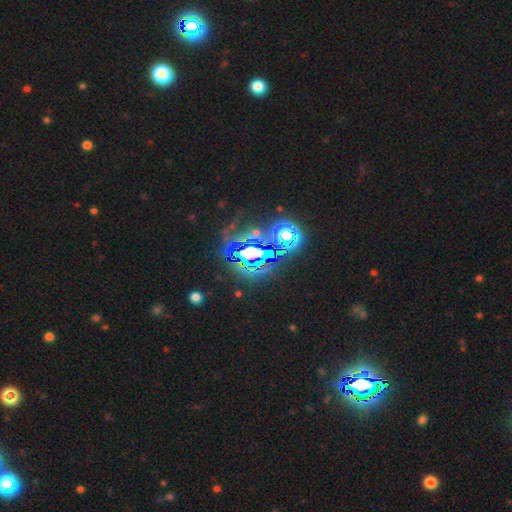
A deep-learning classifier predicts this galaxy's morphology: type=star or artifact (80%).